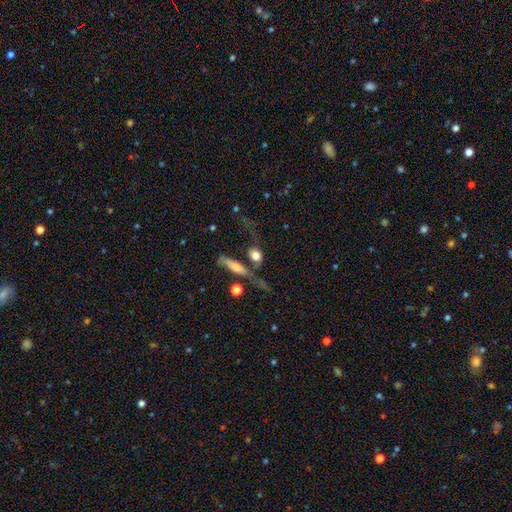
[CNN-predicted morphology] Smooth or featured?
  - smooth: 59% *
  - featured or disk: 30%
  - star or artifact: 11%
How rounded?
  - in between: 46% *
  - round: 35%
  - cigar-shaped: 19%
Merging?
  - none: 46% *
  - merger: 21%
  - major disturbance: 17%
  - minor disturbance: 16%